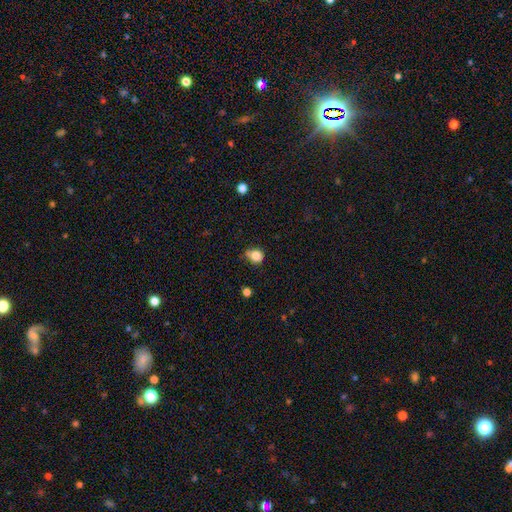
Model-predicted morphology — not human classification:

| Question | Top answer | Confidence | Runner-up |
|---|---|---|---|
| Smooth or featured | smooth | 84% | star or artifact (11%) |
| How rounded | round | 73% | in between (26%) |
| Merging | none | 52% | minor disturbance (34%) |